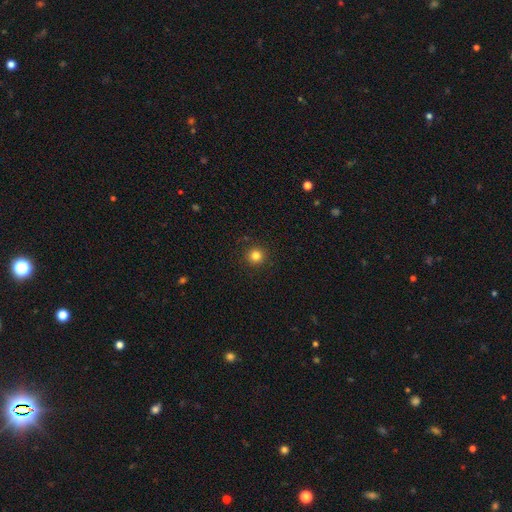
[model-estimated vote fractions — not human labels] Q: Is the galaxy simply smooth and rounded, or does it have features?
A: smooth — 82%.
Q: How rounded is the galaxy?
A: round — 95%.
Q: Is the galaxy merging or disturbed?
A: none — 92%.